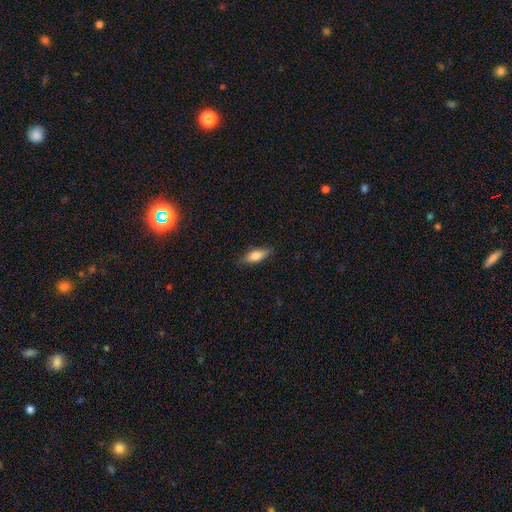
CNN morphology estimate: A smooth galaxy with no disk features (72%) that is in between round and cigar-shaped (63%). Merging: none (83%).